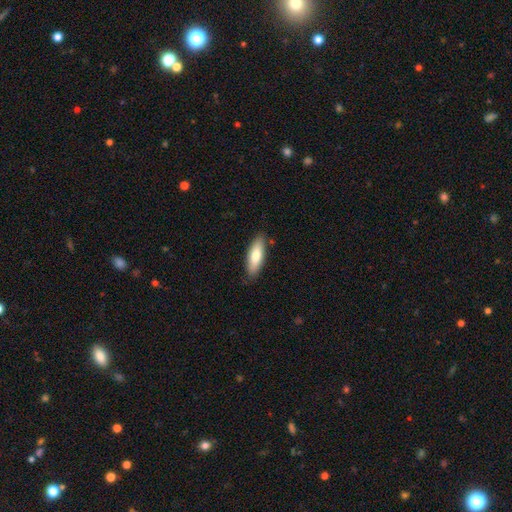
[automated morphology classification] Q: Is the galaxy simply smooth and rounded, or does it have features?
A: smooth — 75%.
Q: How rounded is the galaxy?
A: in between — 58%.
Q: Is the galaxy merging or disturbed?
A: none — 85%.